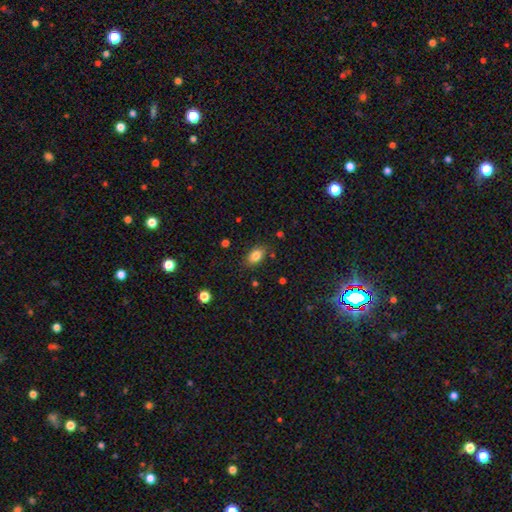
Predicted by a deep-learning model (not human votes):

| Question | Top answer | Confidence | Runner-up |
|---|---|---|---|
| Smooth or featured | smooth | 83% | star or artifact (9%) |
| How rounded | in between | 88% | round (9%) |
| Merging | none | 83% | minor disturbance (13%) |